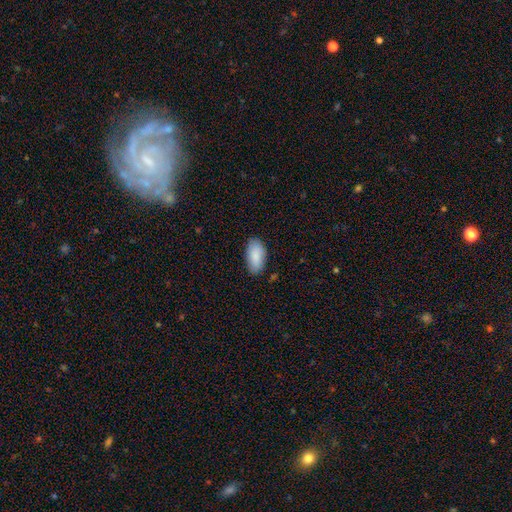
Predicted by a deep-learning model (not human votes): Smooth or featured: smooth — 89% (star or artifact — 6%)
How rounded: in between — 94% (cigar-shaped — 4%)
Merging: none — 84% (minor disturbance — 12%)